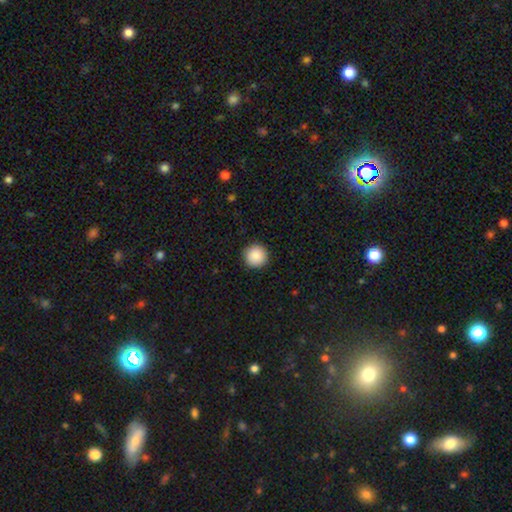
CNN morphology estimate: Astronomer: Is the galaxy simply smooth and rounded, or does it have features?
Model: smooth — 89%.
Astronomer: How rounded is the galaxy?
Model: round — 96%.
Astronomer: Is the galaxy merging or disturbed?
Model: none — 93%.